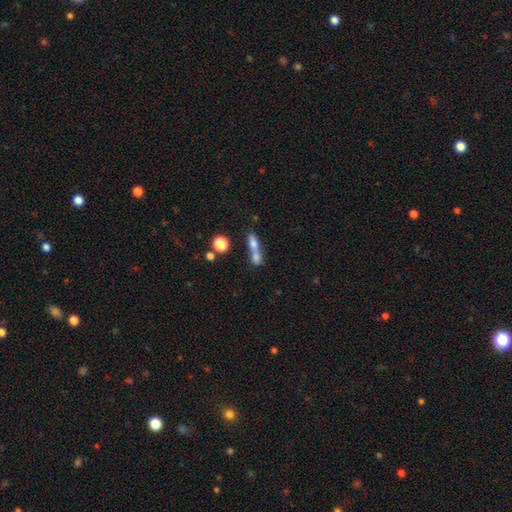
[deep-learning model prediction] Smooth or featured?
  - smooth: 65% *
  - featured or disk: 23%
  - star or artifact: 12%
How rounded?
  - in between: 44% *
  - cigar-shaped: 31%
  - round: 25%
Merging?
  - merger: 63% *
  - none: 23%
  - minor disturbance: 8%
  - major disturbance: 6%